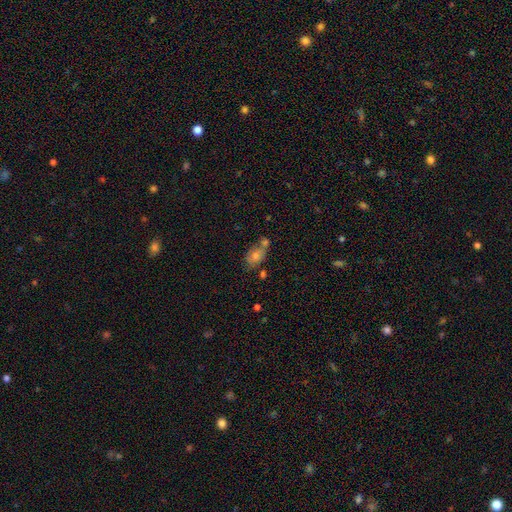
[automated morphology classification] Overall: smooth (62%; featured or disk 24%). How rounded: in between (75%). Merging: none (47%; merger 30%).